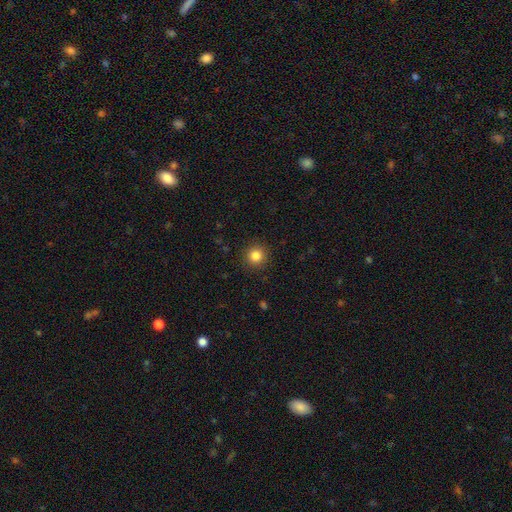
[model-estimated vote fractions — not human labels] The model was most divided on "smooth or featured": smooth: 84%, star or artifact: 11%, featured or disk: 5%. More confident: how rounded — round (94%); merging — none (91%).